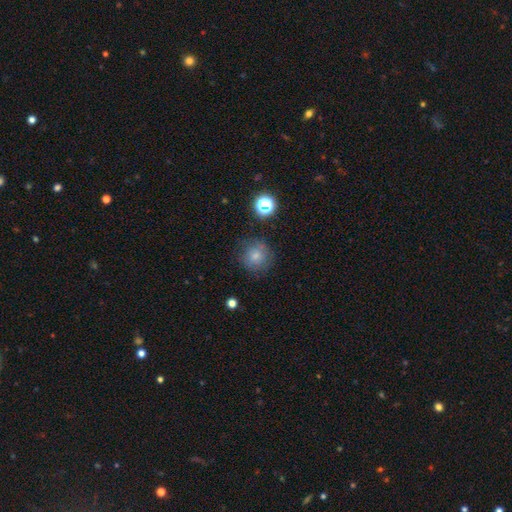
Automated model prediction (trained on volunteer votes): A smooth galaxy with no disk features (74%) that is round (92%). Merging: none (76%).